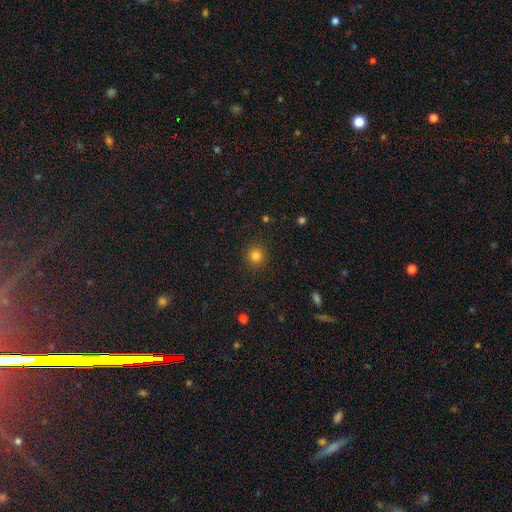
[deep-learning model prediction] smooth_or_featured: smooth (p=0.83) [alt: star or artifact p=0.13]
how_rounded: round (p=0.93) [alt: in between p=0.06]
merging: none (p=0.91) [alt: minor disturbance p=0.06]